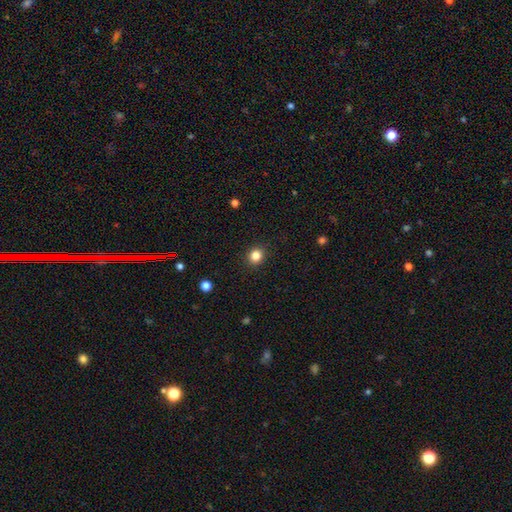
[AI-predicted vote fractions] A smooth galaxy with no disk features (83%) that is round (82%).

Vote fractions:
- Smooth or featured? smooth: 83% / star or artifact: 12% / featured or disk: 5%
- How rounded? round: 82% / in between: 17% / cigar-shaped: 1%
- Merging? none: 91% / minor disturbance: 6% / major disturbance: 2% / merger: 1%